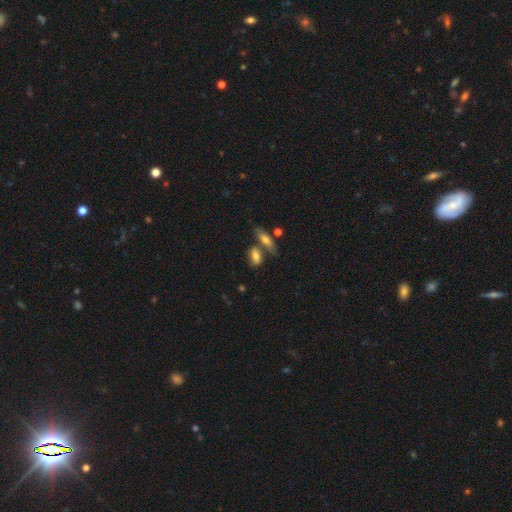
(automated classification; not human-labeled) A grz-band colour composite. It shows a smooth galaxy with no disk features (72%) that is in between round and cigar-shaped (75%). Merging: none (52%).